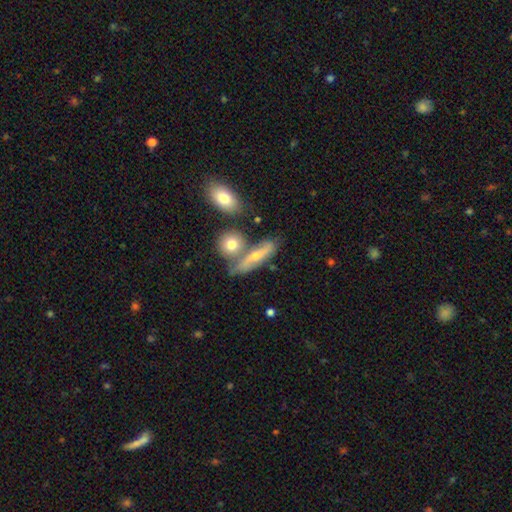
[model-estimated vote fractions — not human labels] Smooth or featured? featured or disk (51%)
Edge-on disk? yes (56%)
Merging? none (55%)